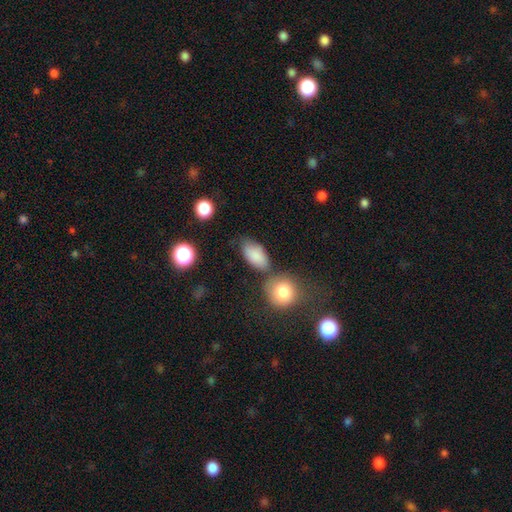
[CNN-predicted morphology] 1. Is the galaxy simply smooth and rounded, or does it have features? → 85% smooth, 8% star or artifact, 7% featured or disk.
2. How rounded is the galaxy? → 90% in between, 7% round, 3% cigar-shaped.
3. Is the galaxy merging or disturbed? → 61% none, 18% minor disturbance, 16% merger, 6% major disturbance.